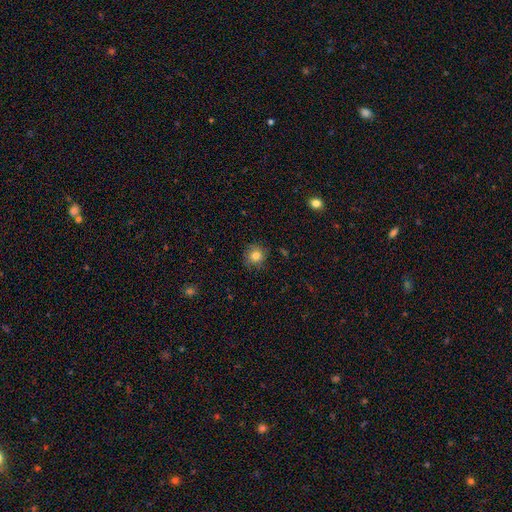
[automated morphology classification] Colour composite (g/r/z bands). It shows a smooth galaxy with no disk features (82%) that is round (92%). Merging: none (86%).